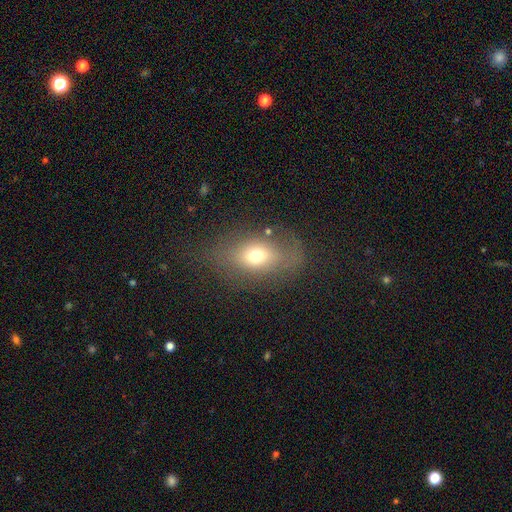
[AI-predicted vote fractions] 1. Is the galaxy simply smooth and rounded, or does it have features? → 65% smooth, 22% featured or disk, 13% star or artifact.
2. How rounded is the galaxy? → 72% in between, 25% round, 2% cigar-shaped.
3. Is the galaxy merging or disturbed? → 61% none, 20% minor disturbance, 16% major disturbance, 2% merger.